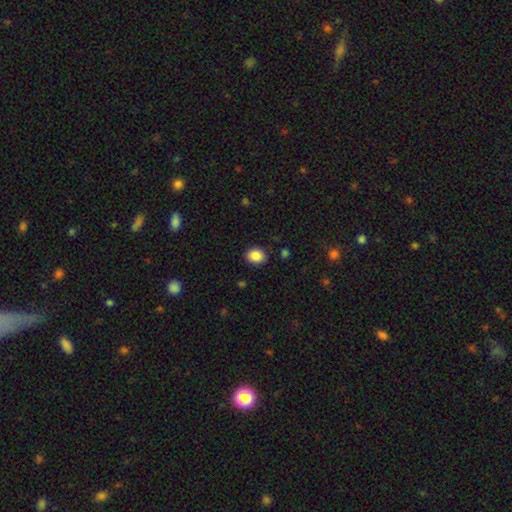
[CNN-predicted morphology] Smooth or featured? smooth (87%)
How rounded? round (50%)
Merging? none (89%)